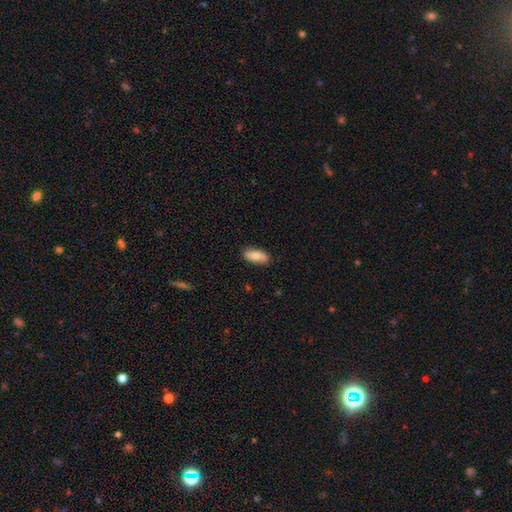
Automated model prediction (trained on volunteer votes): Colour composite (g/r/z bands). It shows a smooth galaxy with no disk features (78%) that is in between round and cigar-shaped (80%). Merging: none (85%).